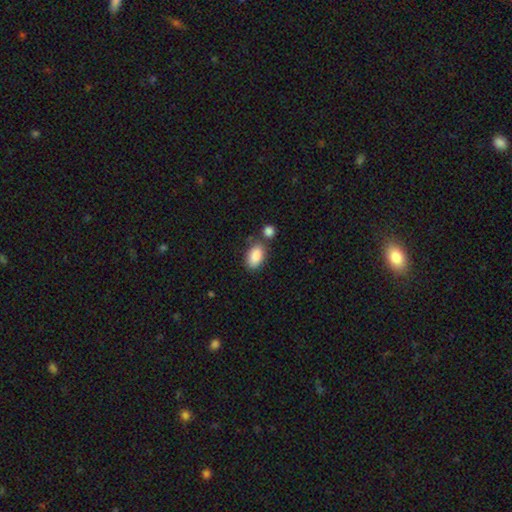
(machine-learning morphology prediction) Smooth or featured? Predicted: smooth (p=0.88). How rounded? Predicted: in between (p=0.92). Merging? Predicted: none (p=0.67).